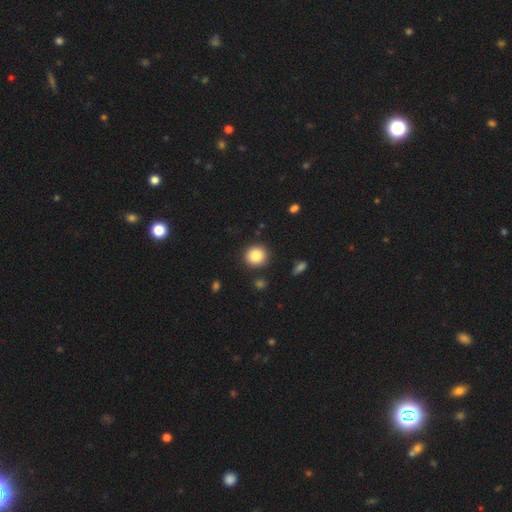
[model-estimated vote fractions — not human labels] Smooth or featured? Predicted: smooth (p=0.86). How rounded? Predicted: round (p=0.88). Merging? Predicted: none (p=0.89).